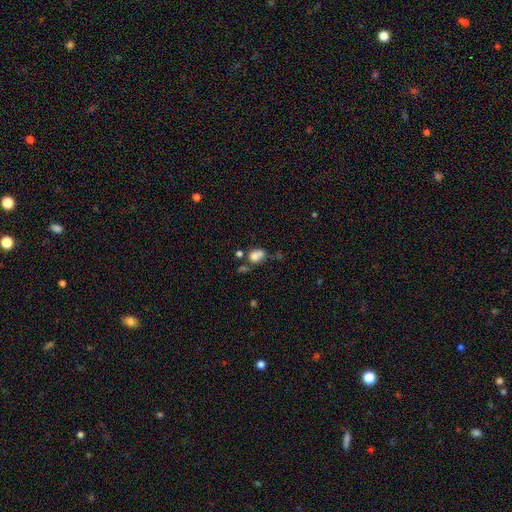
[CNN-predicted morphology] Smooth or featured?
  - smooth: 77% *
  - star or artifact: 13%
  - featured or disk: 11%
How rounded?
  - in between: 71% *
  - round: 27%
  - cigar-shaped: 2%
Merging?
  - none: 39% *
  - minor disturbance: 24%
  - merger: 23%
  - major disturbance: 14%